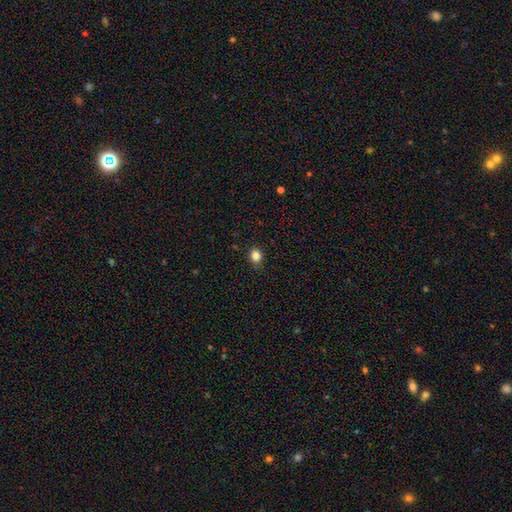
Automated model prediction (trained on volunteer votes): smooth-or-featured: smooth: 84% | star or artifact: 12% | featured or disk: 5%
  how-rounded: round: 58% | in between: 41% | cigar-shaped: 1%
  merging: none: 84% | minor disturbance: 13% | major disturbance: 3% | merger: 1%